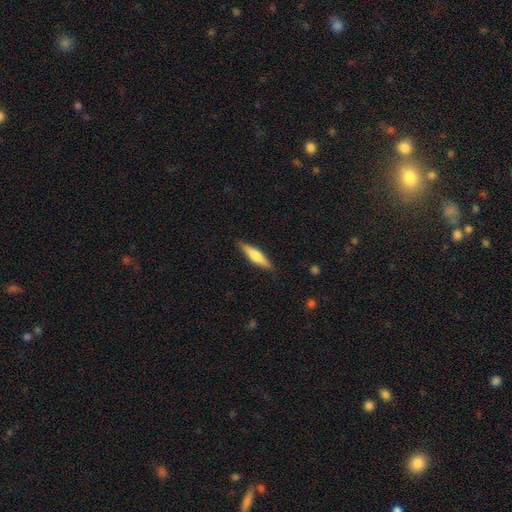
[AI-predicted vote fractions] smooth_or_featured: featured or disk (p=0.49) [alt: smooth p=0.45]
merging: none (p=0.88) [alt: minor disturbance p=0.09]